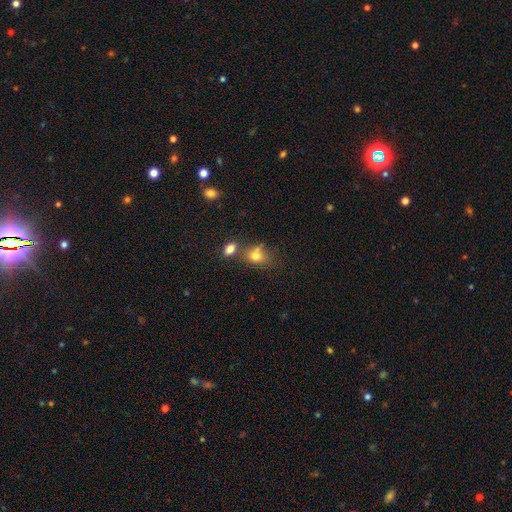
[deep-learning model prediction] Morphology: type=smooth (76%); roundness=in between (57%); merging=none (44%).